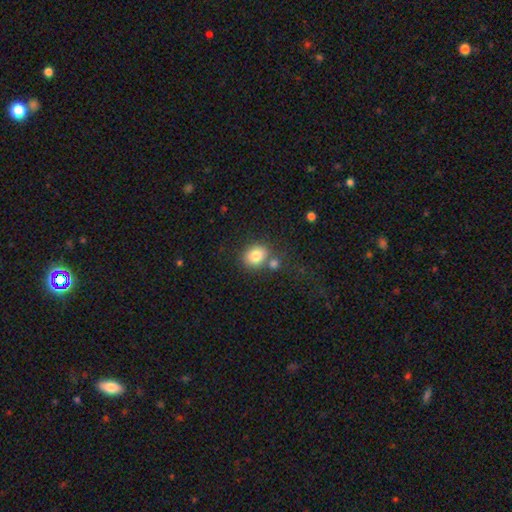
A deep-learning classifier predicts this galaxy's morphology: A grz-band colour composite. It shows a smooth galaxy with no disk features (82%) that is round (64%). Merging: none (67%).